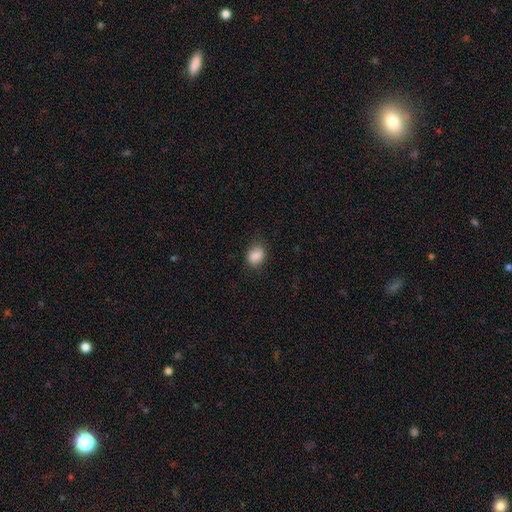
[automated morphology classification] This is clearly a smooth galaxy (87%). How rounded: likely in between (65%). Merging: likely none (77%).